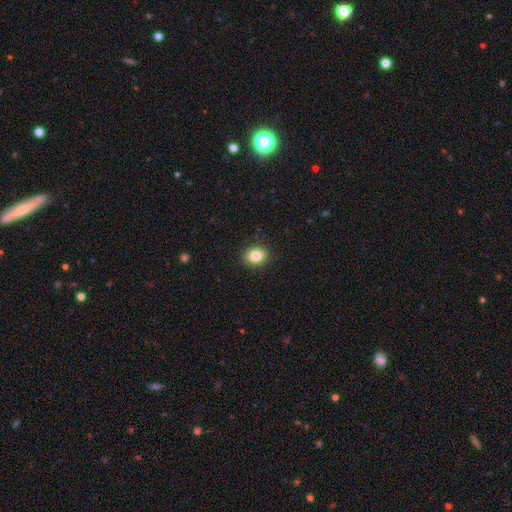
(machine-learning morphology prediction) A smooth galaxy with no disk features (84%) that is round (55%). Merging: none (90%).